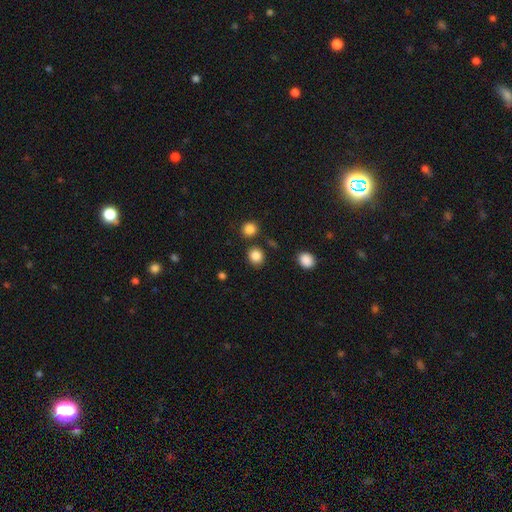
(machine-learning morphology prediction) smooth_or_featured: smooth (p=0.85) [alt: star or artifact p=0.11]
how_rounded: round (p=0.79) [alt: in between p=0.20]
merging: none (p=0.81) [alt: minor disturbance p=0.09]